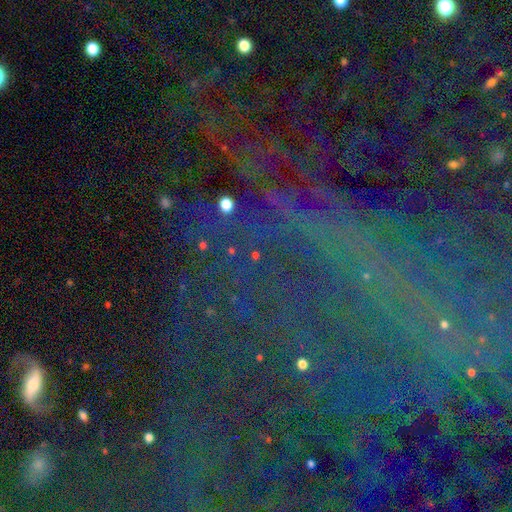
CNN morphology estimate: star or artifact 80%, smooth 11%, featured or disk 8%.